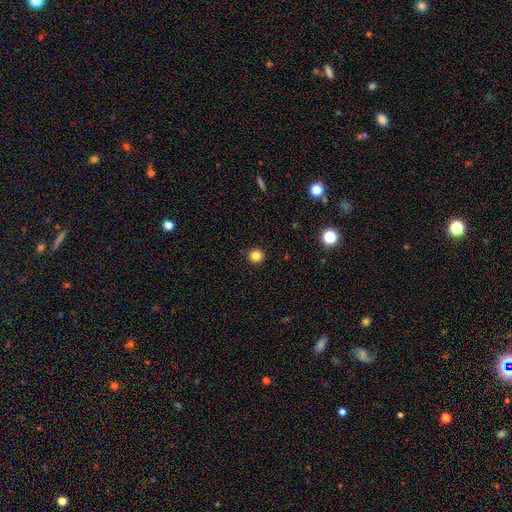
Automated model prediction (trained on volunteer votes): Smooth or featured? smooth (83%)
How rounded? round (95%)
Merging? none (93%)